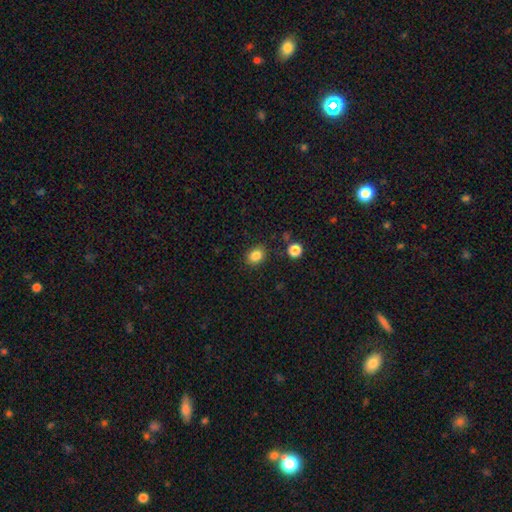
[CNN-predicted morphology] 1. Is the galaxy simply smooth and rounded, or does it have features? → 85% smooth, 10% star or artifact, 5% featured or disk.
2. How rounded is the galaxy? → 53% in between, 46% round, 1% cigar-shaped.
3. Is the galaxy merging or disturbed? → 86% none, 10% minor disturbance, 3% major disturbance, 2% merger.